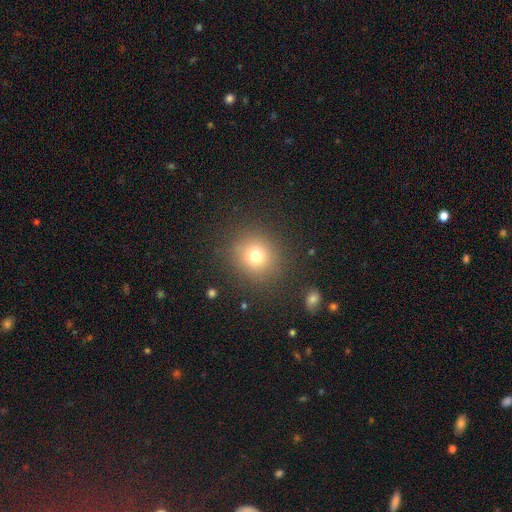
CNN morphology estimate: Smooth or featured? smooth (73%)
How rounded? round (89%)
Merging? none (87%)